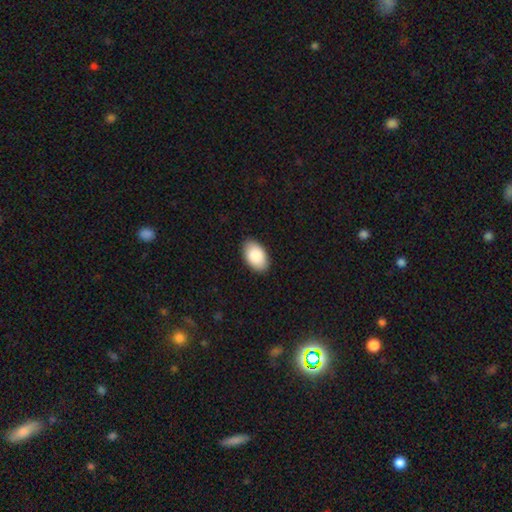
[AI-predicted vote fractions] Q: Smooth or featured?
A: smooth (89%); runner-up: star or artifact (6%)
Q: How rounded?
A: in between (94%); runner-up: round (5%)
Q: Merging?
A: none (89%); runner-up: minor disturbance (9%)